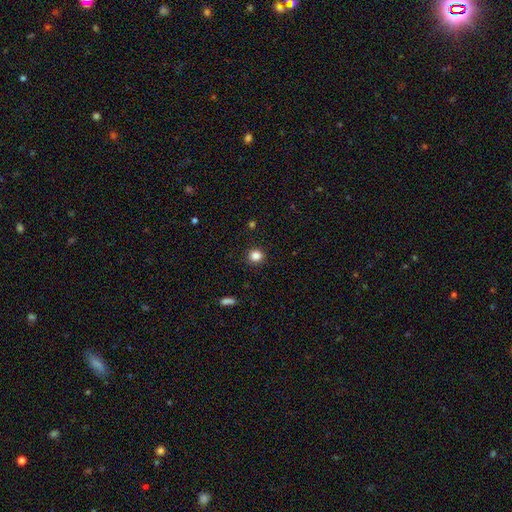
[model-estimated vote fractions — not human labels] Smooth or featured?
  - smooth: 85% *
  - star or artifact: 11%
  - featured or disk: 4%
How rounded?
  - round: 89% *
  - in between: 10%
  - cigar-shaped: 1%
Merging?
  - none: 91% *
  - minor disturbance: 6%
  - major disturbance: 2%
  - merger: 1%